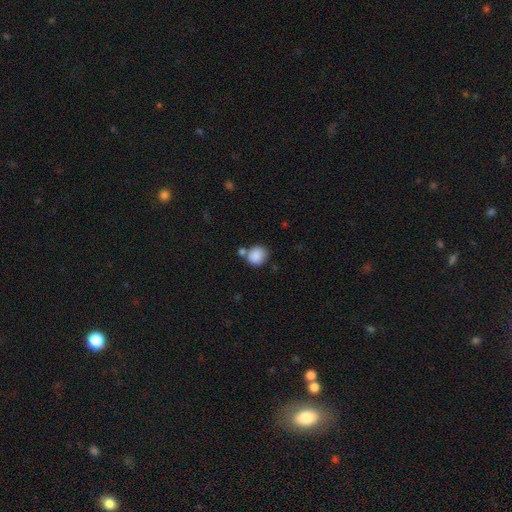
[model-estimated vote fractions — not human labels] Smooth or featured: smooth — 87% (star or artifact — 9%)
How rounded: round — 80% (in between — 19%)
Merging: none — 60% (merger — 22%)